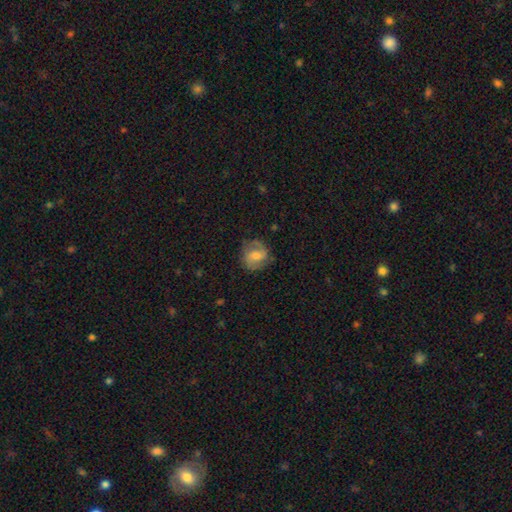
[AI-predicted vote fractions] The model was most divided on "bar": weak: 46%, no: 37%, strong: 17%. More confident: edge-on disk — no (97%); spiral arms — yes (84%); merging — none (73%); bulge size — moderate (52%); smooth or featured — featured or disk (52%).